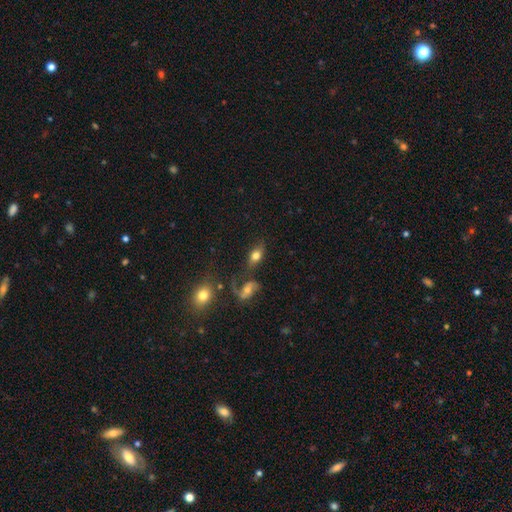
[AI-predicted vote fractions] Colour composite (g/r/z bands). It shows a smooth galaxy with no disk features (70%) that is in between round and cigar-shaped (87%). Merging: none (62%).